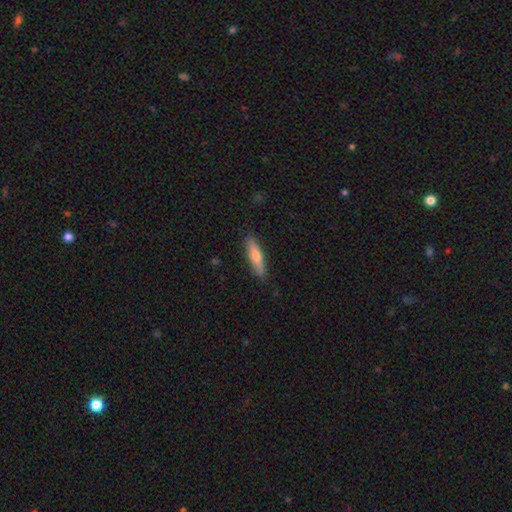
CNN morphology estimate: Overall: smooth (63%; featured or disk 32%). How rounded: cigar-shaped (79%). Merging: none (88%).